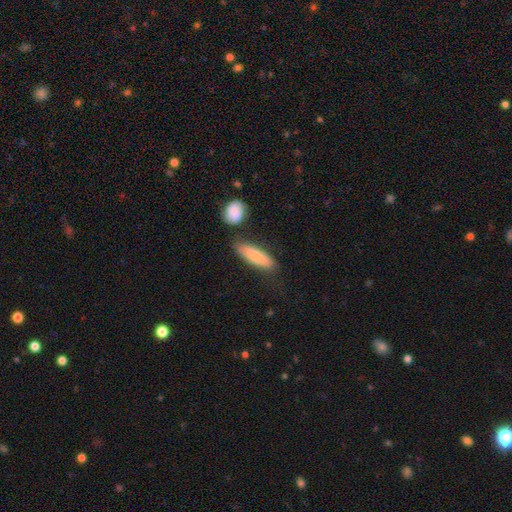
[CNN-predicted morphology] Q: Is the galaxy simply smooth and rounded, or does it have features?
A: smooth — 78%.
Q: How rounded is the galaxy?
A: cigar-shaped — 58%.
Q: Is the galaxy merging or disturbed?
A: none — 69%.